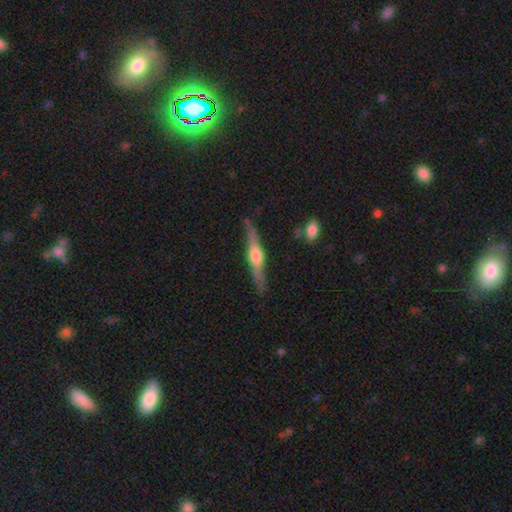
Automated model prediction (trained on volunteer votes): featured or disk 79%, smooth 16%, star or artifact 5%. Down the decision tree: edge-on disk — yes (97%); edge-on bulge — rounded (91%); merging — none (85%).